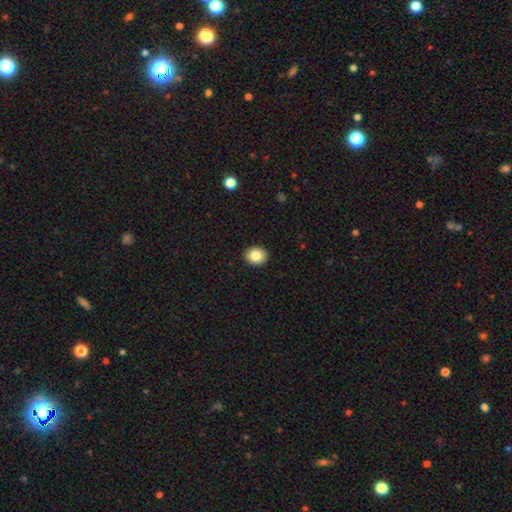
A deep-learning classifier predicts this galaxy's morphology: Smooth or featured: smooth — 84% (star or artifact — 9%)
How rounded: round — 68% (in between — 32%)
Merging: none — 92% (minor disturbance — 6%)